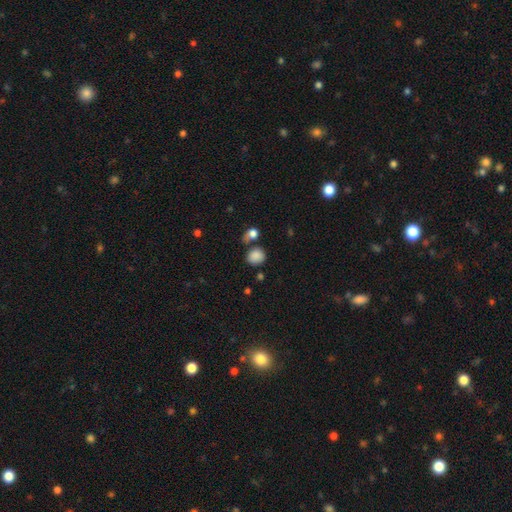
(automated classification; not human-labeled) smooth-or-featured: smooth: 85% | star or artifact: 10% | featured or disk: 6%
  how-rounded: round: 76% | in between: 23% | cigar-shaped: 1%
  merging: none: 62% | merger: 18% | minor disturbance: 14% | major disturbance: 6%